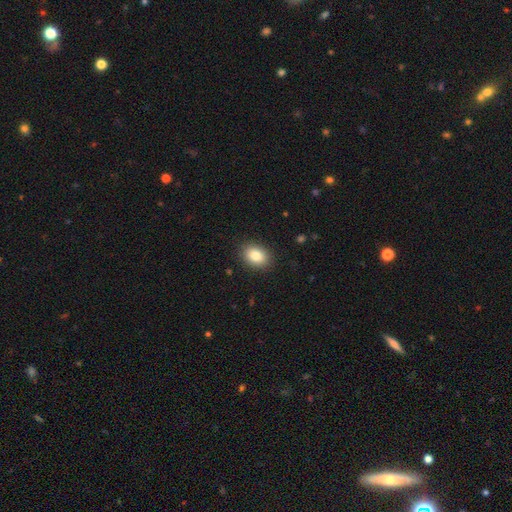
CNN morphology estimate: Smooth or featured: smooth — 85% (star or artifact — 8%)
How rounded: in between — 73% (round — 26%)
Merging: none — 89% (minor disturbance — 8%)